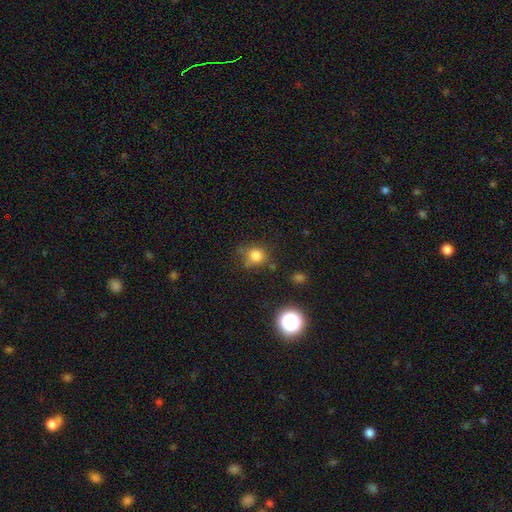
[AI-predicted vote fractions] Q: Smooth or featured?
A: smooth (79%); runner-up: star or artifact (14%)
Q: How rounded?
A: round (79%); runner-up: in between (20%)
Q: Merging?
A: none (68%); runner-up: minor disturbance (18%)